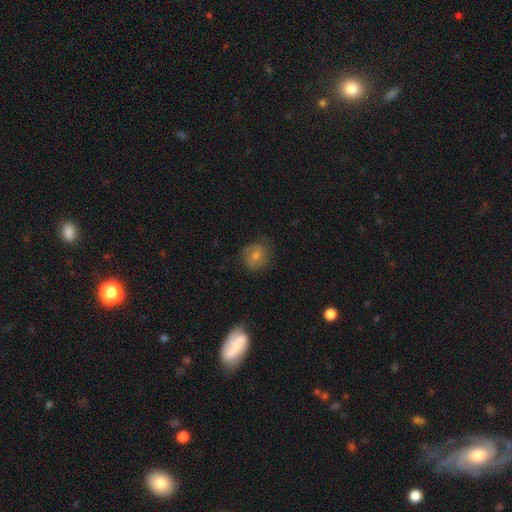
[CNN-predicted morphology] This is likely a smooth galaxy (62%). How rounded: likely round (74%). Merging: likely none (71%).